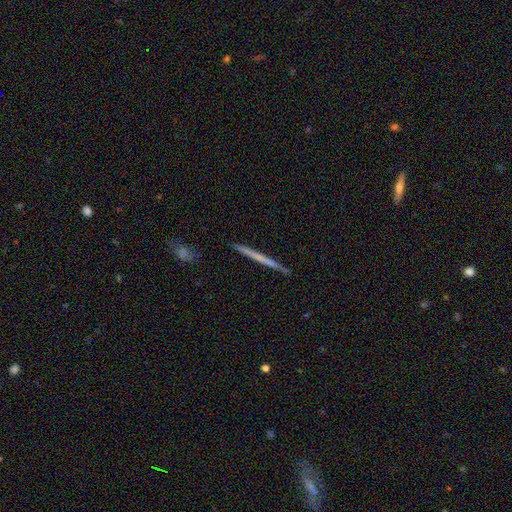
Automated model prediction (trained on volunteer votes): This appears to be a featured or disk galaxy (52%) viewed edge-on (97%) with no central bulge (87%). Merging: none (92%).